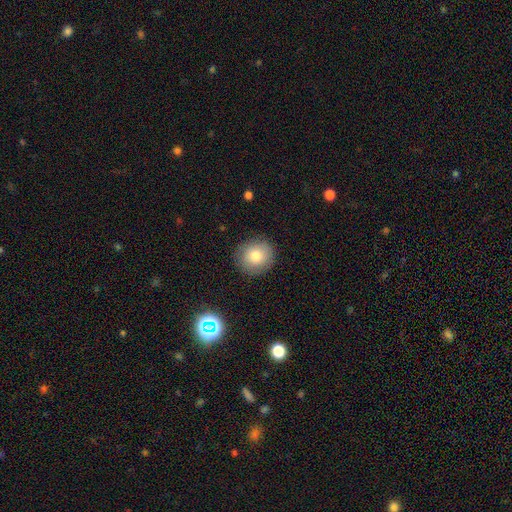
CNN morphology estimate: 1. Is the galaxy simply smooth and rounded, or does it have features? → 80% smooth, 11% featured or disk, 9% star or artifact.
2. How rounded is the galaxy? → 88% round, 11% in between, 1% cigar-shaped.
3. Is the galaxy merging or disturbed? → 88% none, 8% minor disturbance, 2% major disturbance, 1% merger.